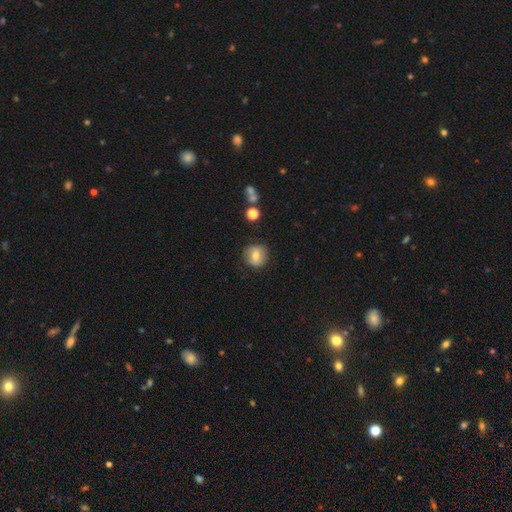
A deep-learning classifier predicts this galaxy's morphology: Q: Smooth or featured?
A: smooth (71%); runner-up: featured or disk (20%)
Q: How rounded?
A: round (91%); runner-up: in between (8%)
Q: Merging?
A: none (84%); runner-up: minor disturbance (11%)